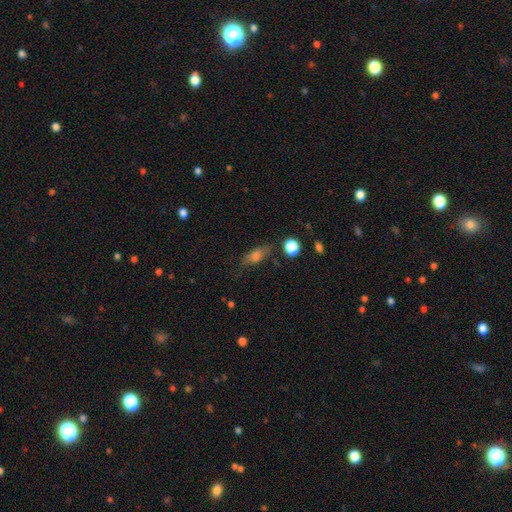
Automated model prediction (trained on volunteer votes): This appears to be a smooth galaxy with no disk features (60%) that is in between round and cigar-shaped (58%). Merging: none (69%).